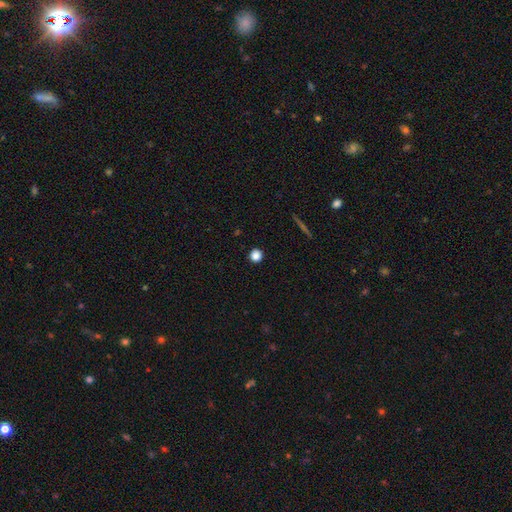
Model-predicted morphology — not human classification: A smooth galaxy with no disk features (84%) that is round (95%). Merging: none (93%).